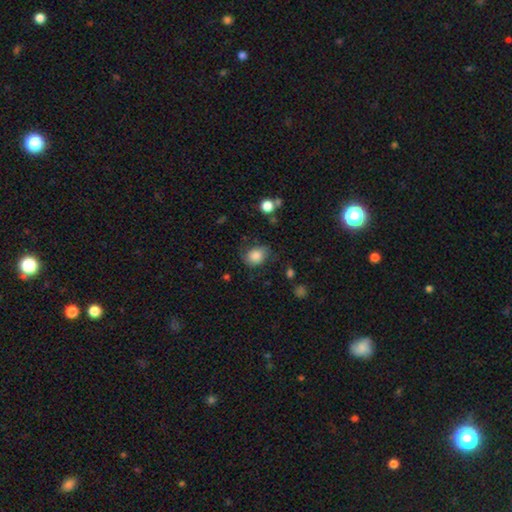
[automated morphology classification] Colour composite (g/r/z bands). It shows a smooth galaxy with no disk features (79%) that is round (52%). Merging: none (62%).